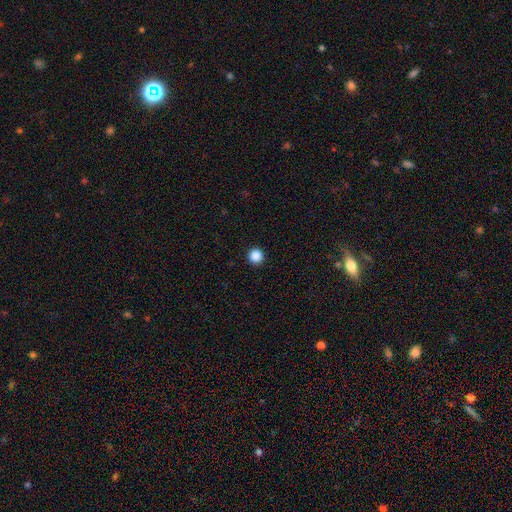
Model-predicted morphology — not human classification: type=smooth (87%); roundness=round (97%); merging=none (94%).